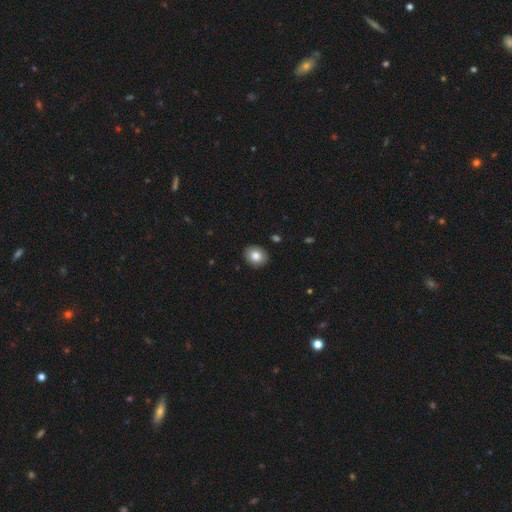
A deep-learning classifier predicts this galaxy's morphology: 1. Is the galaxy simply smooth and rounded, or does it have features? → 83% smooth, 9% featured or disk, 8% star or artifact.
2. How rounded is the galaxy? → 61% round, 38% in between, 1% cigar-shaped.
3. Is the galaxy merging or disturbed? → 91% none, 7% minor disturbance, 2% major disturbance, 1% merger.